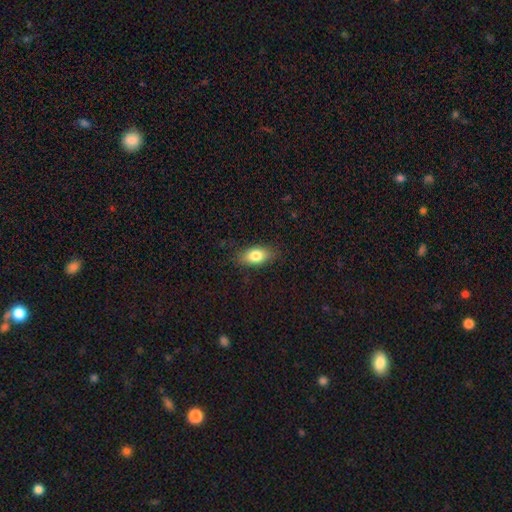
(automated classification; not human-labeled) smooth_or_featured: smooth (p=0.81) [alt: featured or disk p=0.11]
how_rounded: in between (p=0.87) [alt: round p=0.08]
merging: none (p=0.84) [alt: minor disturbance p=0.12]